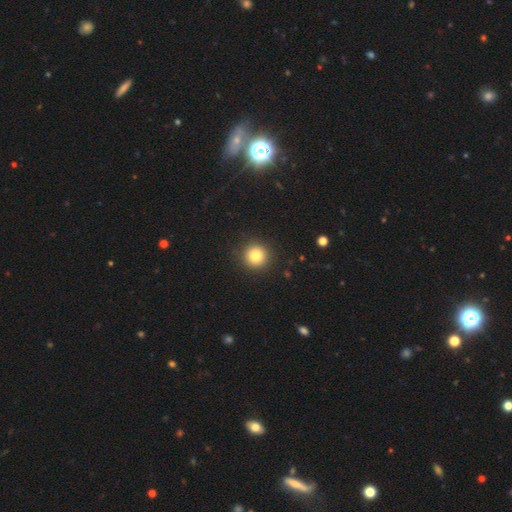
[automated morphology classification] smooth 81%, star or artifact 12%, featured or disk 8%. Down the decision tree: how rounded — round (95%); merging — none (91%).